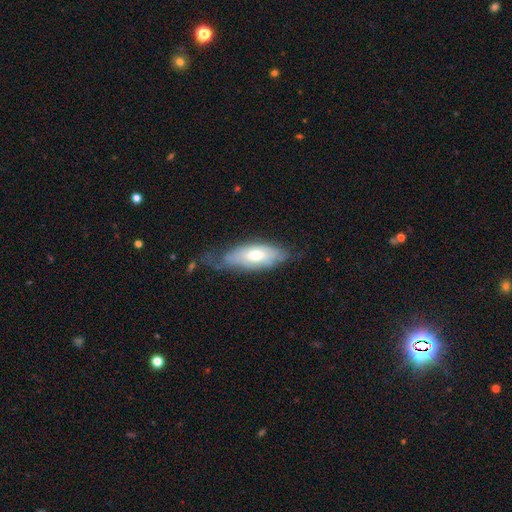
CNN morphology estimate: Smooth or featured? Predicted: featured or disk (p=0.48). Merging? Predicted: none (p=0.44).